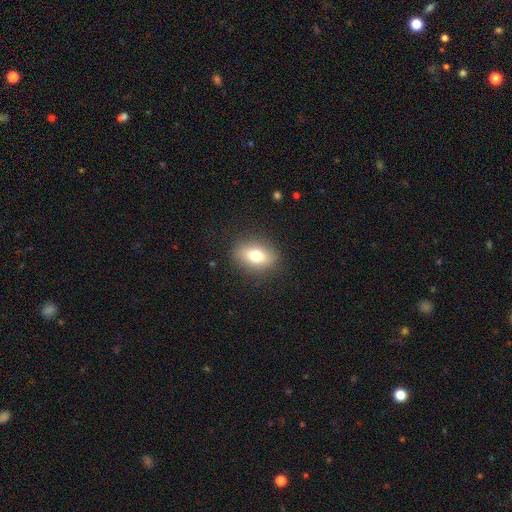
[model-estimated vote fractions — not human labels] A smooth galaxy with no disk features (76%) that is in between round and cigar-shaped (75%). Merging: none (87%).